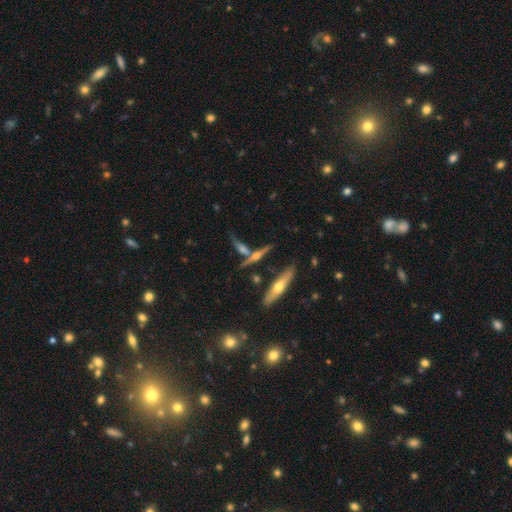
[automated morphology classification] A featured or disk galaxy (70%) viewed edge-on (93%) with a rounded central bulge (90%).

Vote fractions:
- Smooth or featured? featured or disk: 70% / smooth: 20% / star or artifact: 10%
- Edge-on disk? yes: 93% / no: 7%
- Edge-on bulge? rounded: 90% / none: 5% / boxy: 5%
- Merging? none: 65% / merger: 20% / minor disturbance: 11% / major disturbance: 4%